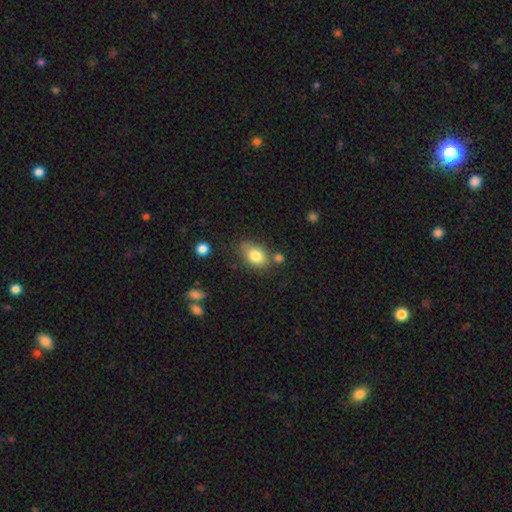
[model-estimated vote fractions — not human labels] Q: Smooth or featured?
A: smooth (80%); runner-up: featured or disk (11%)
Q: How rounded?
A: in between (81%); runner-up: round (17%)
Q: Merging?
A: none (66%); runner-up: minor disturbance (19%)